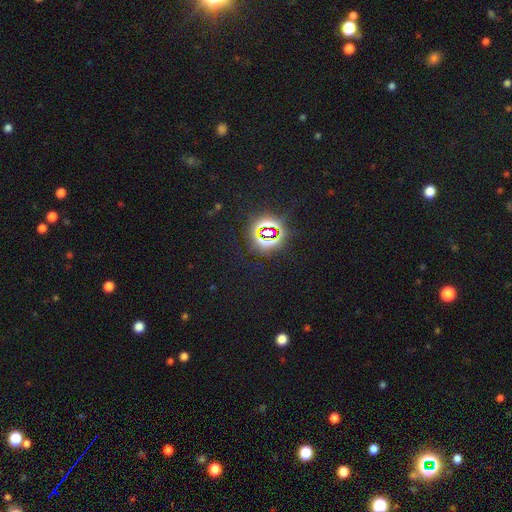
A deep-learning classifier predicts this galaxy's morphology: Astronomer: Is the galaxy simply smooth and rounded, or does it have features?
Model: star or artifact — 76%.